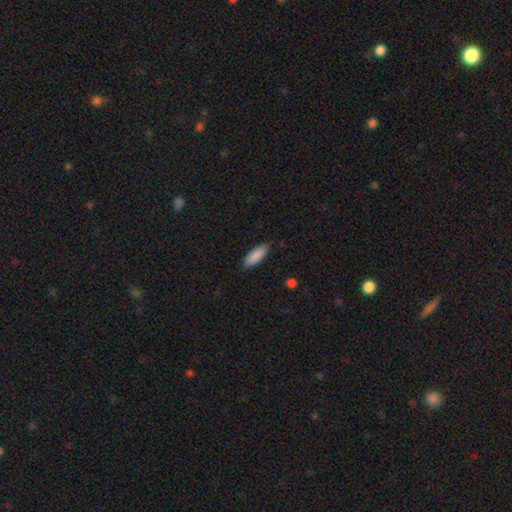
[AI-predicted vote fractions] The model was most divided on "how rounded": in between: 60%, cigar-shaped: 39%, round: 1%. More confident: smooth or featured — smooth (89%); merging — none (87%).